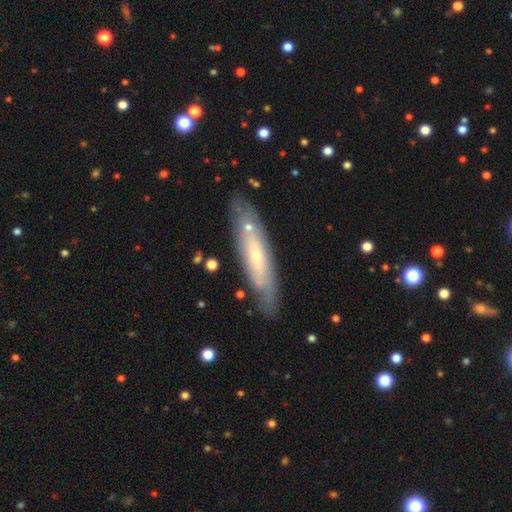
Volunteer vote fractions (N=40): featured or disk 48%, smooth 45%, star or artifact 8%. Down the decision tree: edge-on disk — no (53%); bar — no (70%); spiral arms — yes (60%); spiral arm count — can't tell (67%); spiral winding — tight (50%); bulge size — small (100%); merging — none (84%).